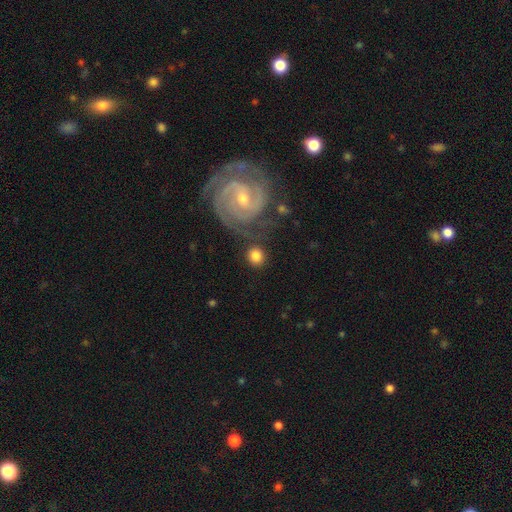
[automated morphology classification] The model was most divided on "smooth or featured": smooth: 72%, featured or disk: 21%, star or artifact: 7%. More confident: how rounded — round (84%); merging — none (75%).